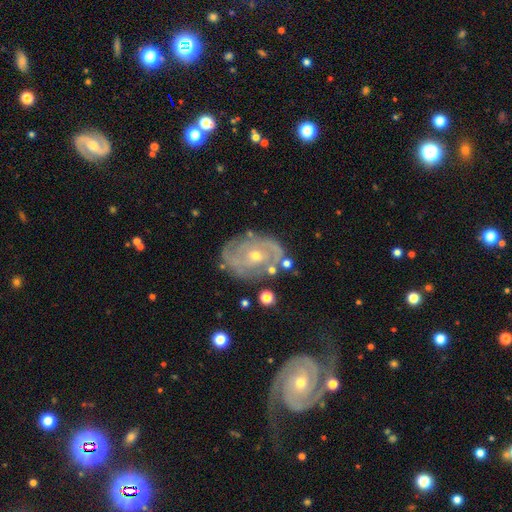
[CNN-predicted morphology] Smooth or featured: featured or disk — 84% (smooth — 10%)
Edge-on disk: no — 96% (yes — 4%)
Bar: no — 67% (weak — 25%)
Spiral arms: yes — 89% (no — 11%)
Spiral winding: tight — 61% (medium — 30%)
Spiral arm count: 2 — 41% (can't tell — 29%)
Bulge size: small — 59% (moderate — 39%)
Merging: none — 71% (minor disturbance — 18%)